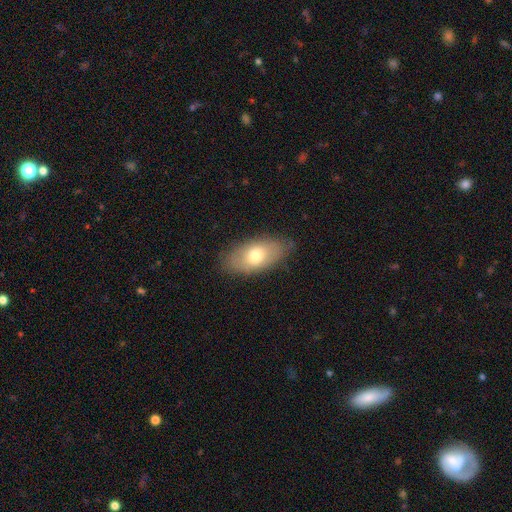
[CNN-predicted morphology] A smooth galaxy with no disk features (70%) that is in between round and cigar-shaped (90%).

Vote fractions:
- Smooth or featured? smooth: 70% / featured or disk: 23% / star or artifact: 7%
- How rounded? in between: 90% / round: 5% / cigar-shaped: 5%
- Merging? none: 80% / minor disturbance: 15% / major disturbance: 4% / merger: 1%